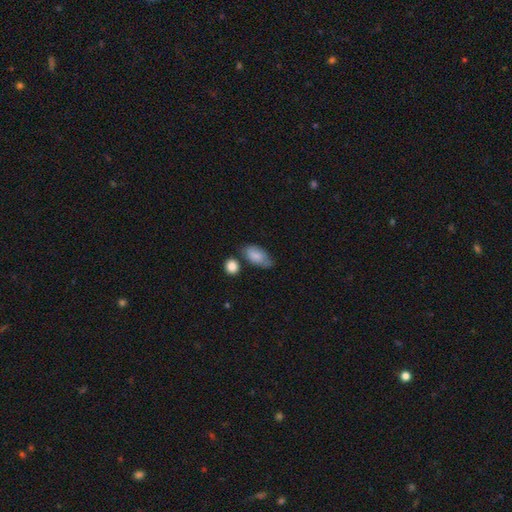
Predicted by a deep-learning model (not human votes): A smooth galaxy with no disk features (80%) that is in between round and cigar-shaped (92%). Merging: none (57%).